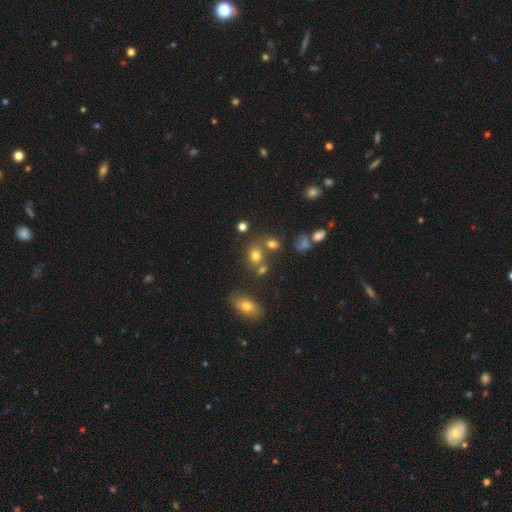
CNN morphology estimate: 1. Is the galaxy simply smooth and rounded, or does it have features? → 75% smooth, 16% star or artifact, 10% featured or disk.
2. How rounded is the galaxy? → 57% round, 42% in between, 2% cigar-shaped.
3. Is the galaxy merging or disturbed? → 56% none, 25% merger, 13% minor disturbance, 6% major disturbance.